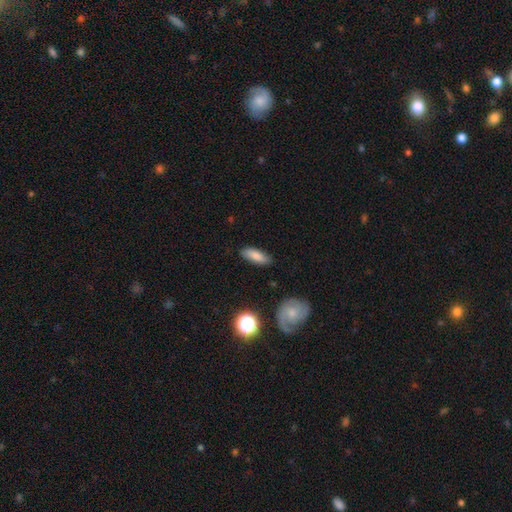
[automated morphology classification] Smooth or featured?
  - smooth: 82% *
  - featured or disk: 10%
  - star or artifact: 8%
How rounded?
  - in between: 66% *
  - cigar-shaped: 31%
  - round: 3%
Merging?
  - none: 84% *
  - minor disturbance: 12%
  - major disturbance: 2%
  - merger: 2%